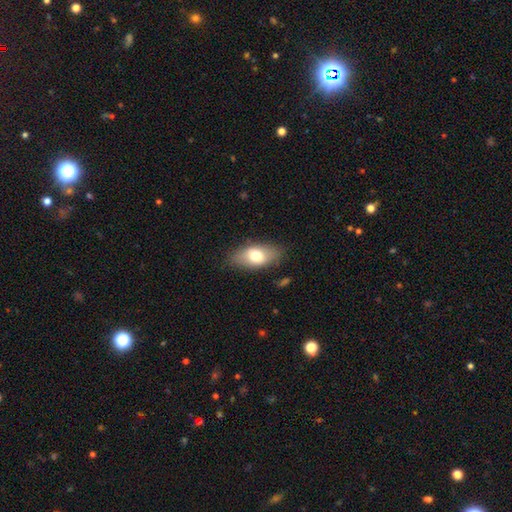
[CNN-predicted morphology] Overall: smooth (71%). How rounded: in between (87%). Merging: none (83%).